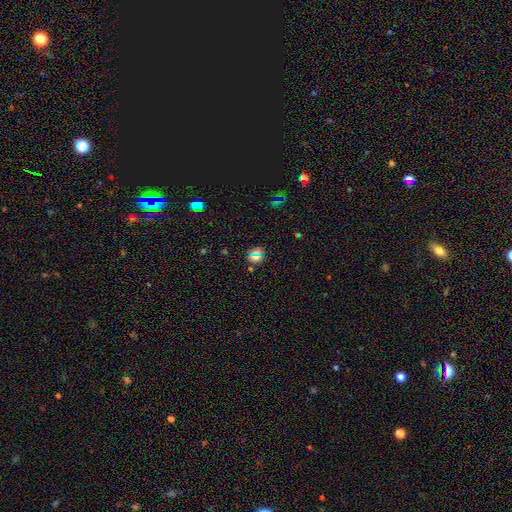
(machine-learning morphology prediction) Smooth or featured: smooth — 51% (star or artifact — 40%)
How rounded: round — 77% (in between — 20%)
Merging: none — 83% (minor disturbance — 9%)